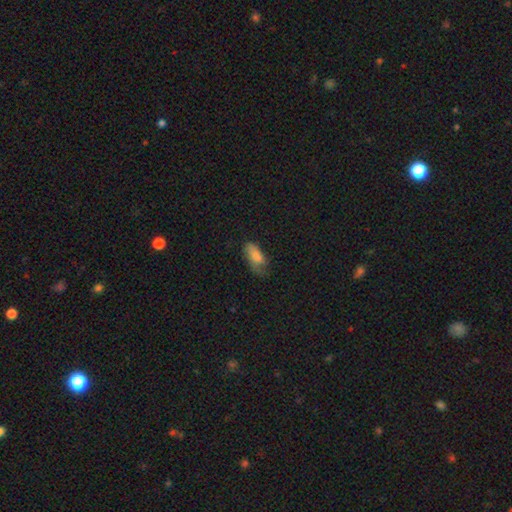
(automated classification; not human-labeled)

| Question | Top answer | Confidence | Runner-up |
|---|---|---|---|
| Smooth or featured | smooth | 77% | featured or disk (14%) |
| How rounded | in between | 87% | cigar-shaped (10%) |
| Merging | none | 39% | minor disturbance (36%) |